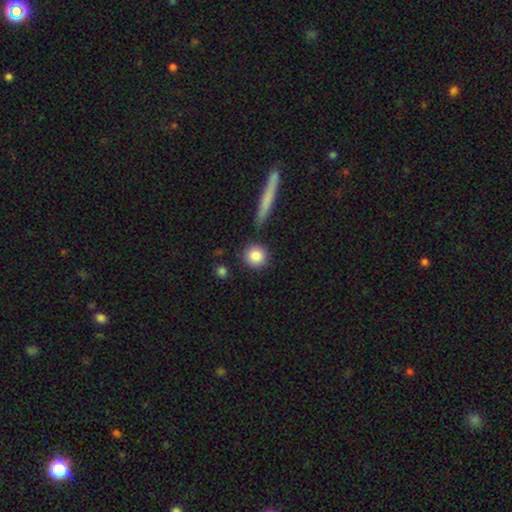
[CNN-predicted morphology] smooth_or_featured: smooth (p=0.85) [alt: star or artifact p=0.08]
how_rounded: round (p=0.91) [alt: in between p=0.07]
merging: none (p=0.85) [alt: minor disturbance p=0.08]